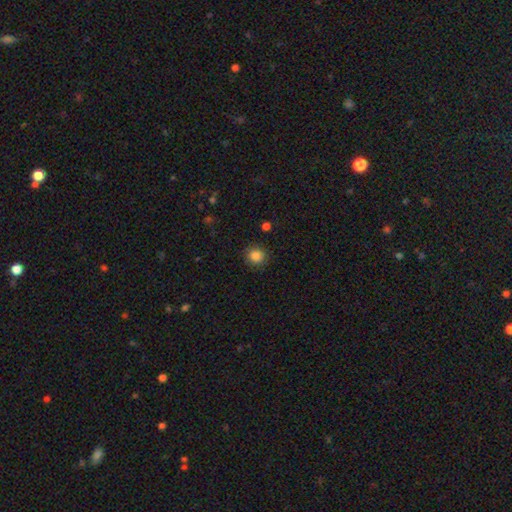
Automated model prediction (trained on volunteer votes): Smooth or featured? Predicted: smooth (p=0.85). How rounded? Predicted: round (p=0.89). Merging? Predicted: none (p=0.89).